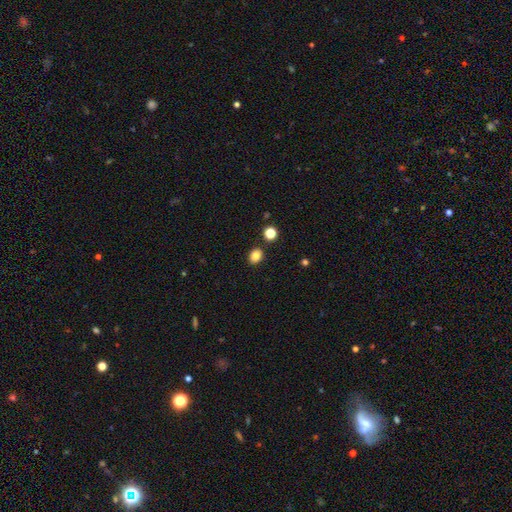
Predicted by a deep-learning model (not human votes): smooth_or_featured: smooth (p=0.83) [alt: star or artifact p=0.12]
how_rounded: in between (p=0.55) [alt: round p=0.44]
merging: none (p=0.85) [alt: minor disturbance p=0.08]